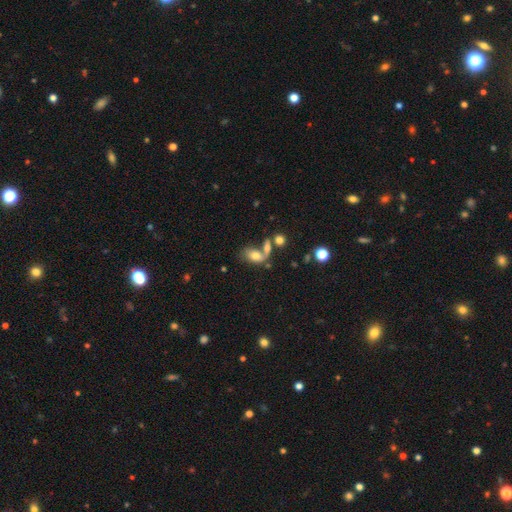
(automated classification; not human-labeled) Morphology: type=smooth (68%); roundness=in between (87%); merging=merger (41%).